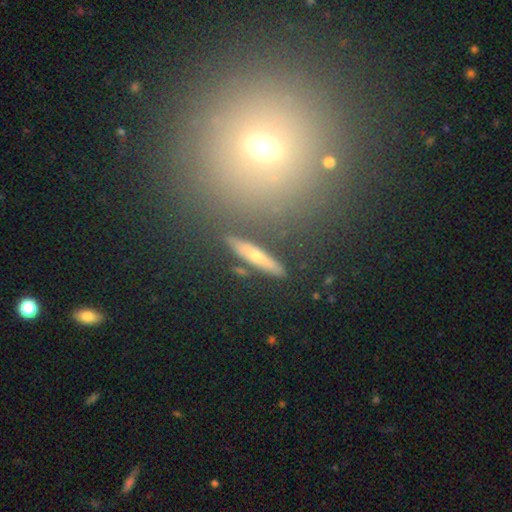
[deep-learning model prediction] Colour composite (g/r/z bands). It shows a smooth galaxy with no disk features (48%). Merging: none (84%).